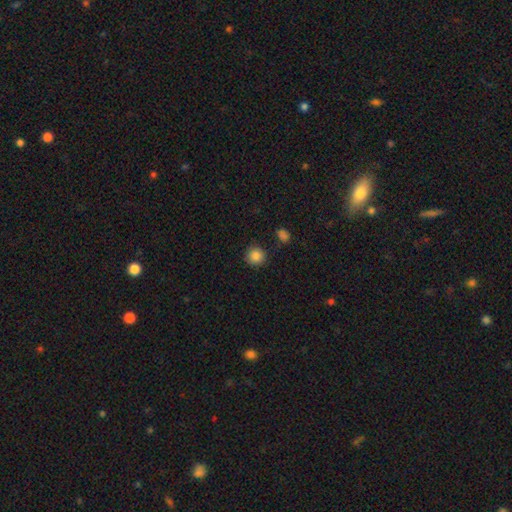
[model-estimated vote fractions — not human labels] Smooth or featured?
  - smooth: 86% *
  - star or artifact: 10%
  - featured or disk: 4%
How rounded?
  - round: 93% *
  - in between: 6%
  - cigar-shaped: 1%
Merging?
  - none: 87% *
  - minor disturbance: 8%
  - merger: 3%
  - major disturbance: 2%